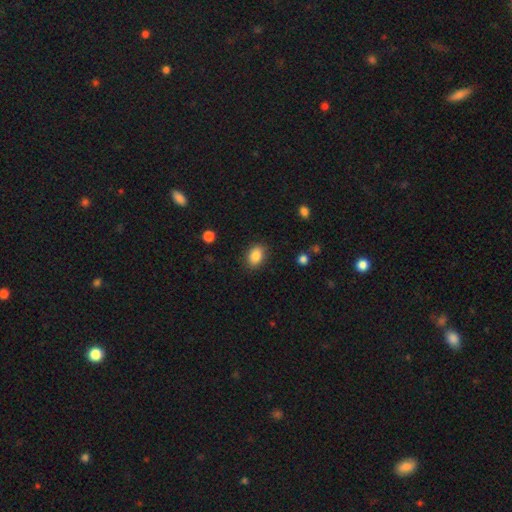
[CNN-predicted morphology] Smooth or featured: smooth — 86% (star or artifact — 9%)
How rounded: in between — 78% (round — 21%)
Merging: none — 87% (minor disturbance — 9%)